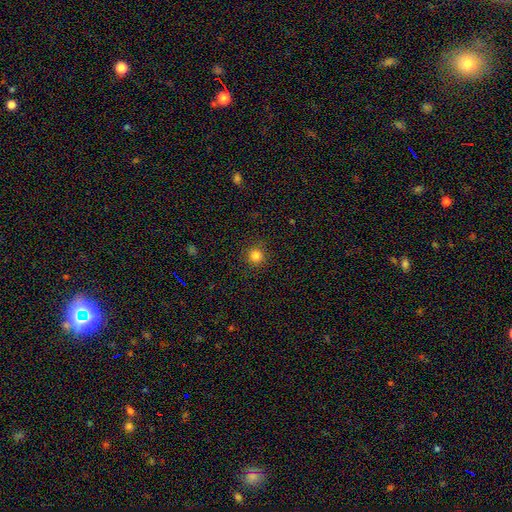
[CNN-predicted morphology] smooth 83%, star or artifact 13%, featured or disk 4%. Down the decision tree: how rounded — round (95%); merging — none (91%).